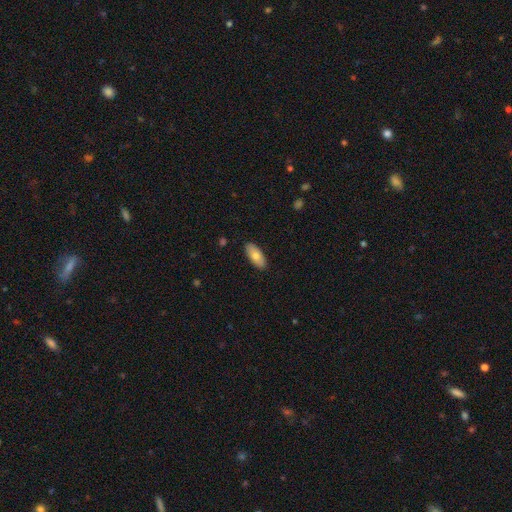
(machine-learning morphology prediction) smooth 75%, featured or disk 19%, star or artifact 6%. Down the decision tree: how rounded — in between (87%); merging — none (89%).